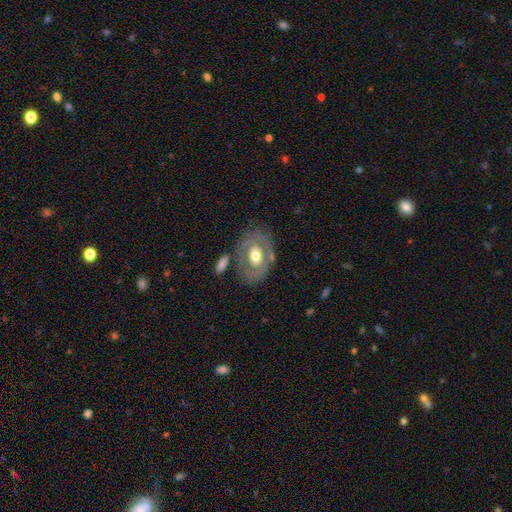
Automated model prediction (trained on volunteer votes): The model was most divided on "smooth or featured": featured or disk: 57%, smooth: 37%, star or artifact: 6%. More confident: edge-on disk — no (92%); bar — no (78%); spiral arms — no (77%); merging — none (70%); bulge size — moderate (67%).